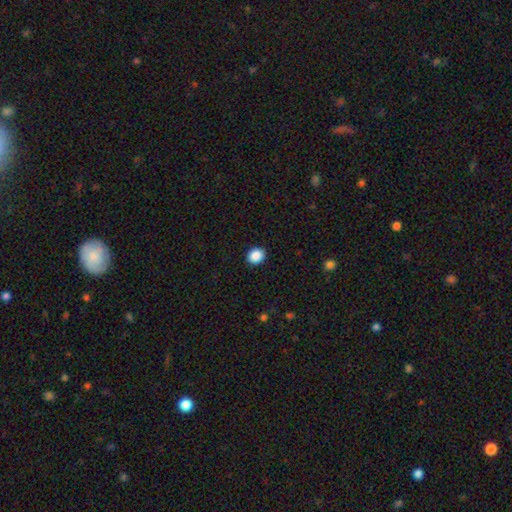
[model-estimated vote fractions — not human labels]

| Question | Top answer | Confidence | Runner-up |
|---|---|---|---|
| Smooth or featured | smooth | 88% | star or artifact (9%) |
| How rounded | round | 70% | in between (29%) |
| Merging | none | 92% | minor disturbance (5%) |